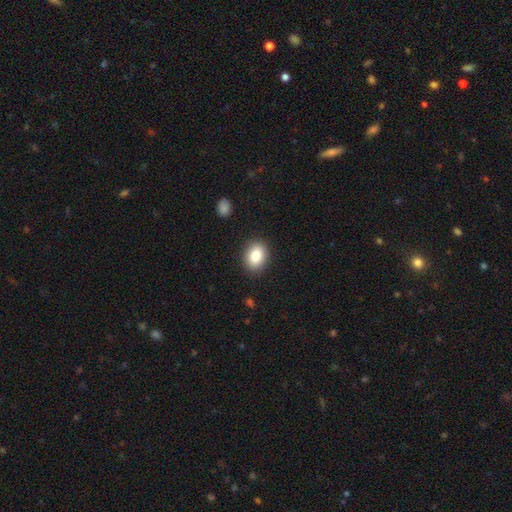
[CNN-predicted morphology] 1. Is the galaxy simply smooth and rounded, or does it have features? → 84% smooth, 8% star or artifact, 7% featured or disk.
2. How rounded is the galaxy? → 66% in between, 33% round, 1% cigar-shaped.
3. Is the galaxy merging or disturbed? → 88% none, 8% minor disturbance, 2% major disturbance, 1% merger.